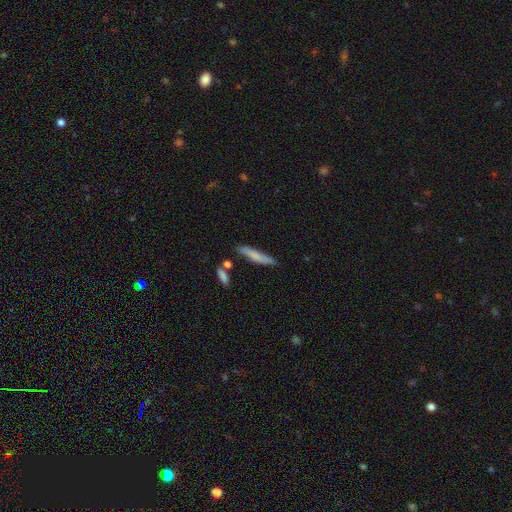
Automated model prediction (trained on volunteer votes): Smooth or featured?
  - smooth: 71% *
  - featured or disk: 23%
  - star or artifact: 6%
How rounded?
  - cigar-shaped: 90% *
  - in between: 8%
  - round: 2%
Merging?
  - none: 79% *
  - minor disturbance: 14%
  - merger: 5%
  - major disturbance: 3%